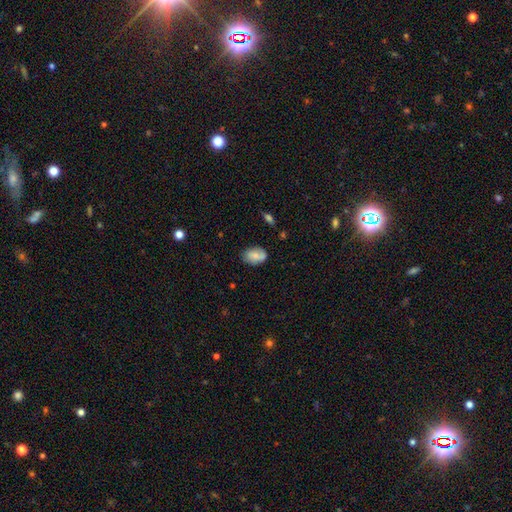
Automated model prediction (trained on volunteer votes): Morphology: type=smooth (72%); roundness=in between (83%); merging=none (69%).